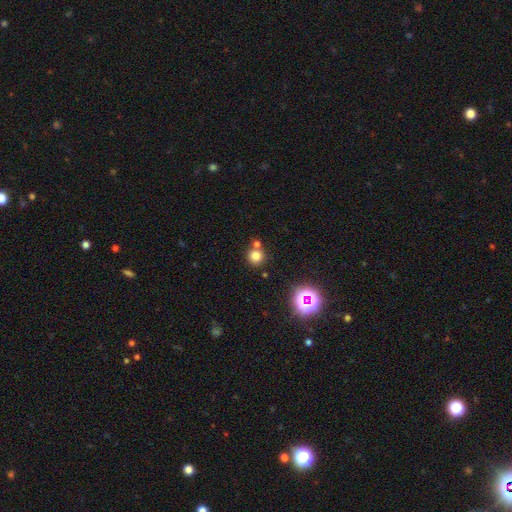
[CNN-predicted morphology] smooth_or_featured: smooth (p=0.76) [alt: star or artifact p=0.17]
how_rounded: round (p=0.91) [alt: in between p=0.08]
merging: none (p=0.68) [alt: merger p=0.21]